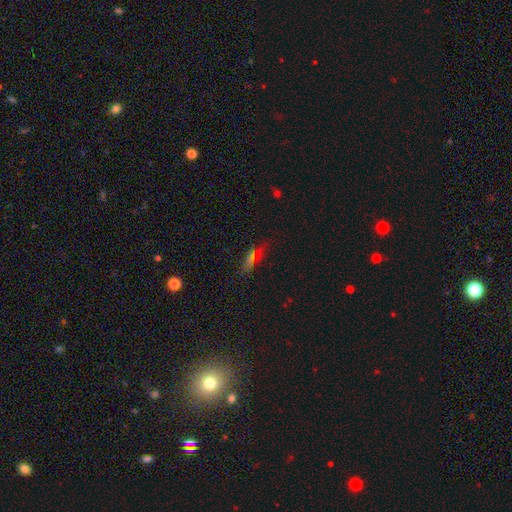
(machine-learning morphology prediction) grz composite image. It shows a smooth galaxy with no disk features (55%) that is cigar-shaped (55%). Merging: none (64%).